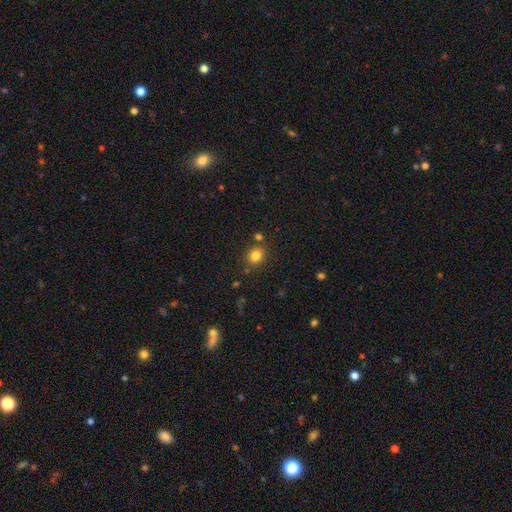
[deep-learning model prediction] Q: Smooth or featured?
A: smooth (82%); runner-up: star or artifact (12%)
Q: How rounded?
A: round (70%); runner-up: in between (29%)
Q: Merging?
A: none (77%); runner-up: minor disturbance (11%)